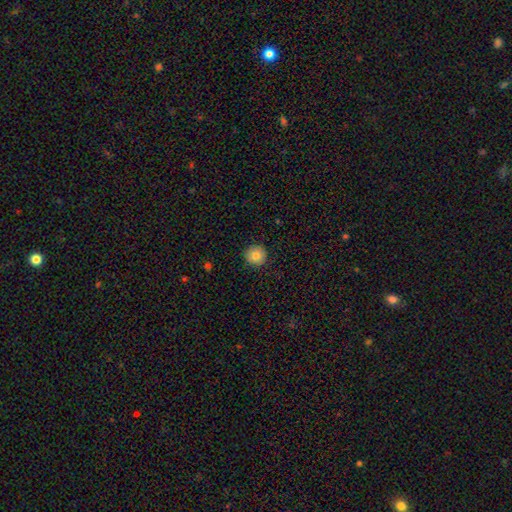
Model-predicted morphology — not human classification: smooth-or-featured: smooth: 82% | star or artifact: 9% | featured or disk: 9%
  how-rounded: round: 95% | in between: 4% | cigar-shaped: 1%
  merging: none: 90% | minor disturbance: 7% | major disturbance: 2% | merger: 1%